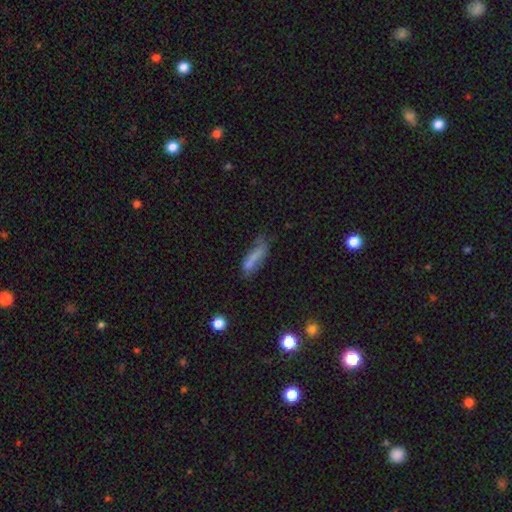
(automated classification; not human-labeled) This is likely a smooth galaxy (62%). How rounded: possibly cigar-shaped (55%). Merging: marginally none (40%).